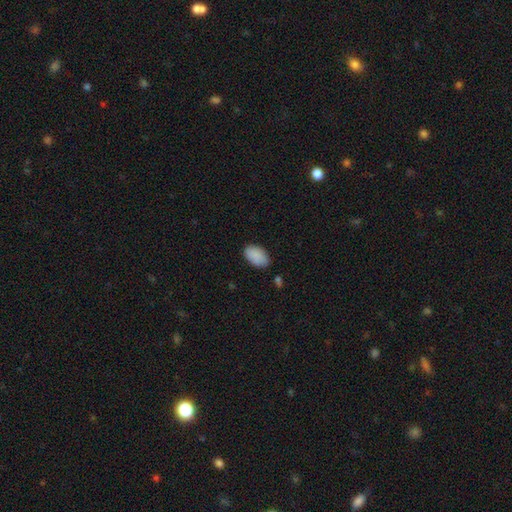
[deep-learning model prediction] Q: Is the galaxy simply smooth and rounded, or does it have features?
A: smooth — 89%.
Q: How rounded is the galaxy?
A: in between — 93%.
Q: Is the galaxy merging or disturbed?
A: none — 76%.